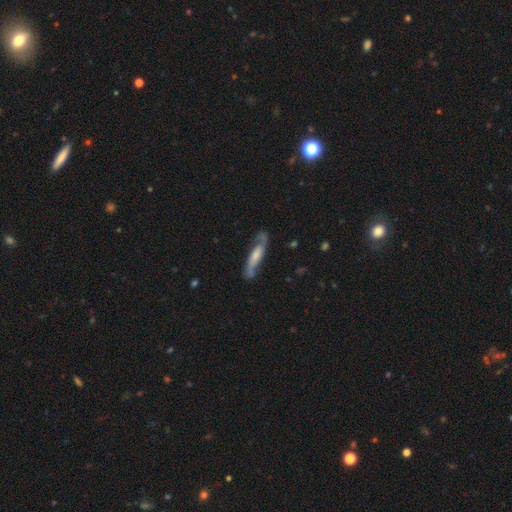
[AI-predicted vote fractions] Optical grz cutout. It shows a featured or disk galaxy (66%). Merging: none (68%).